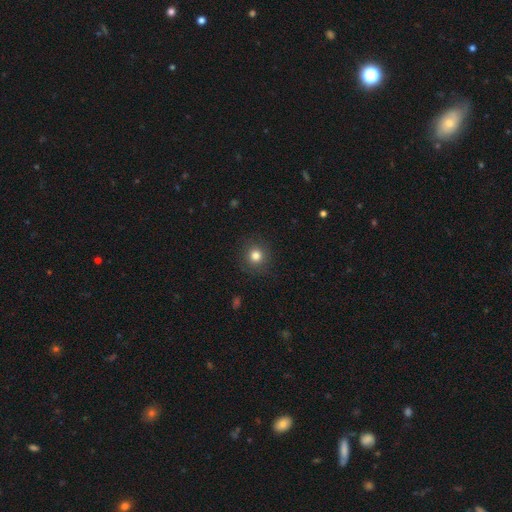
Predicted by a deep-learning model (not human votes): Smooth or featured? Predicted: smooth (p=0.81). How rounded? Predicted: round (p=0.92). Merging? Predicted: none (p=0.90).